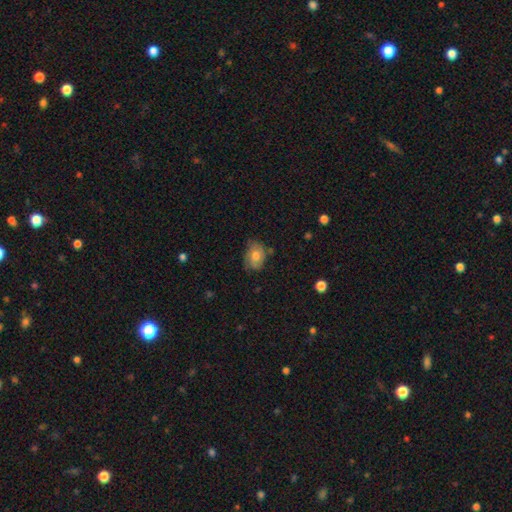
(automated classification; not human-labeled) smooth_or_featured: smooth (p=0.53) [alt: featured or disk p=0.39]
how_rounded: in between (p=0.69) [alt: round p=0.30]
merging: none (p=0.62) [alt: minor disturbance p=0.28]